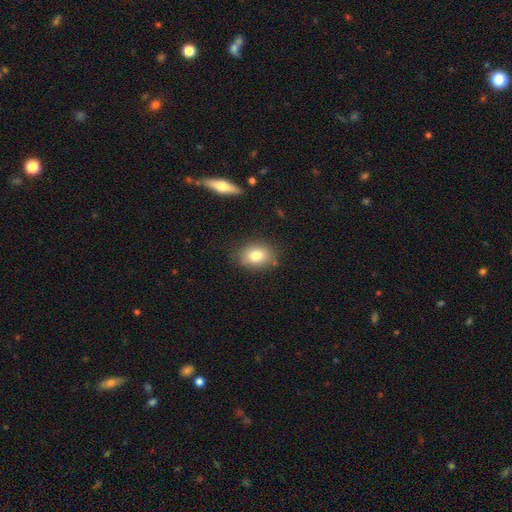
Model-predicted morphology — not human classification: type=smooth (79%); roundness=in between (69%); merging=none (85%).